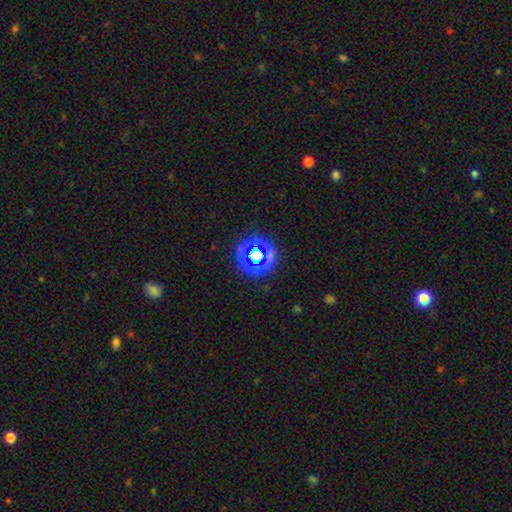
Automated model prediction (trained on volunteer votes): The model was most divided on "smooth or featured": star or artifact: 59%, smooth: 29%, featured or disk: 12%.